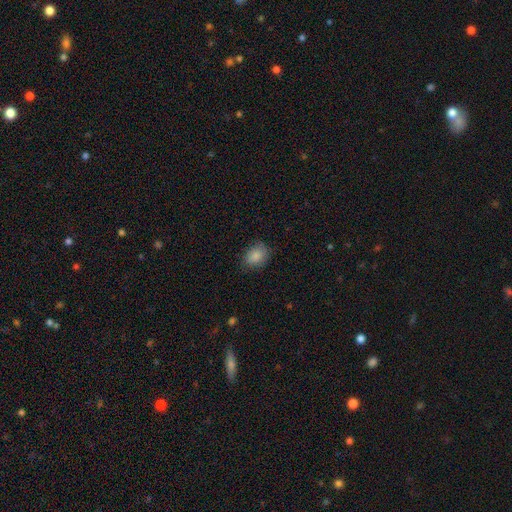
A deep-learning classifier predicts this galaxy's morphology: A smooth galaxy with no disk features (86%) that is in between round and cigar-shaped (64%). Merging: none (77%).